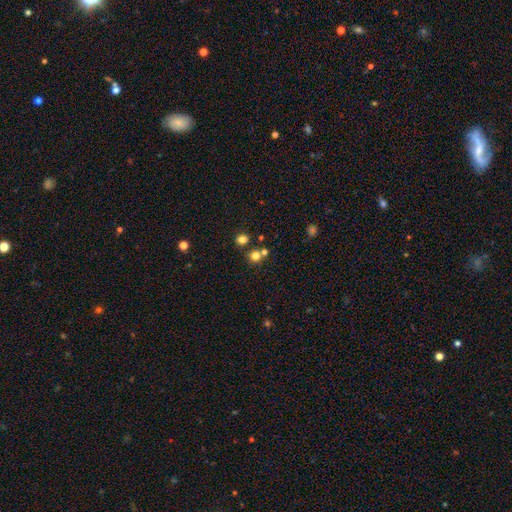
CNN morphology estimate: A smooth galaxy with no disk features (76%) that is round (85%). Merging: none (70%).